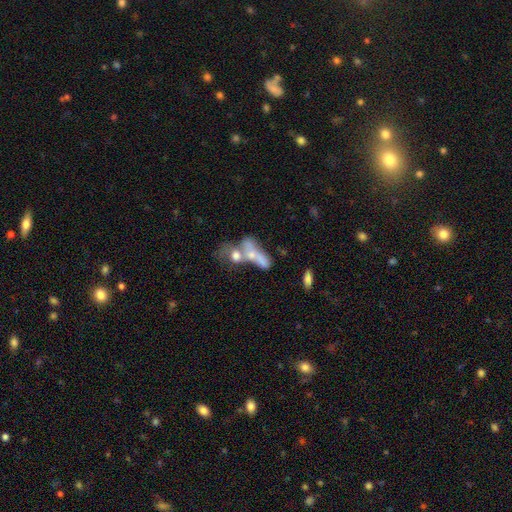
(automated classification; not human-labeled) Q: Smooth or featured?
A: smooth (49%); runner-up: featured or disk (39%)
Q: Merging?
A: merger (63%); runner-up: none (16%)